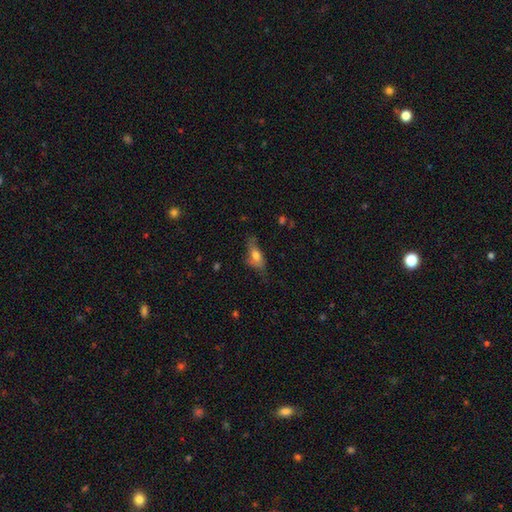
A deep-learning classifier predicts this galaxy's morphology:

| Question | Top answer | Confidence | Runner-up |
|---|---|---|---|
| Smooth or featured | smooth | 62% | featured or disk (29%) |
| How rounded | in between | 75% | cigar-shaped (20%) |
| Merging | none | 47% | minor disturbance (33%) |